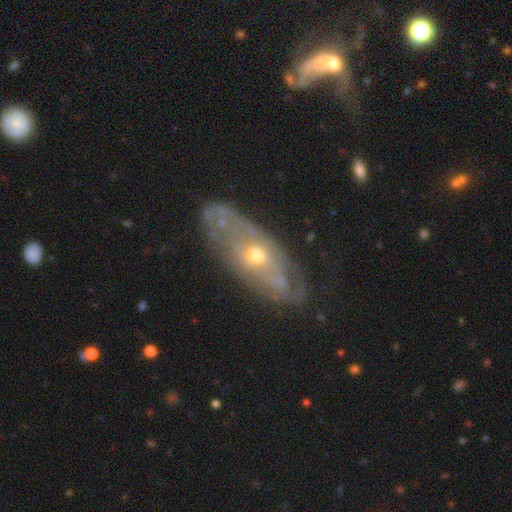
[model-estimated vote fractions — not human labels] A featured or disk galaxy (76%) with no bar (77%), spiral arms (65%) and a small central bulge (49%). Merging: none (69%).